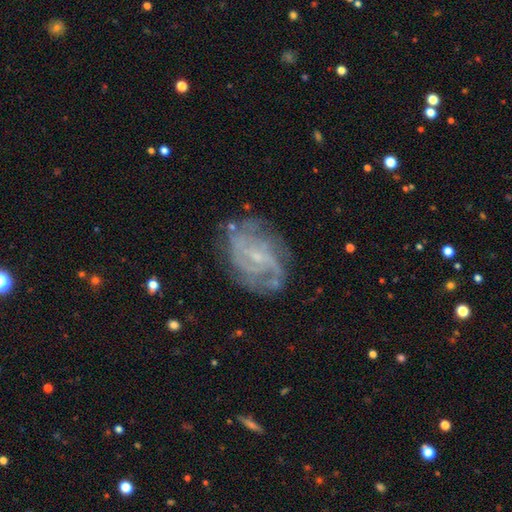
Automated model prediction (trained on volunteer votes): The model was most divided on "spiral winding": tight: 43%, medium: 41%, loose: 16%. Remaining: edge-on disk — no (97%); spiral arms — yes (90%); smooth or featured — featured or disk (81%); bulge size — small (72%); merging — none (70%); bar — weak (48%); spiral arm count — can't tell (34%).